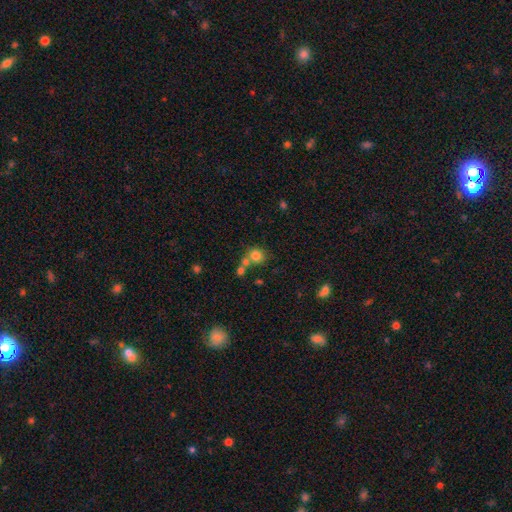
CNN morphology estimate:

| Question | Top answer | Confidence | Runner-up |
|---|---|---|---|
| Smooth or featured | smooth | 78% | star or artifact (12%) |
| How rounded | round | 84% | in between (15%) |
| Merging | none | 54% | merger (32%) |